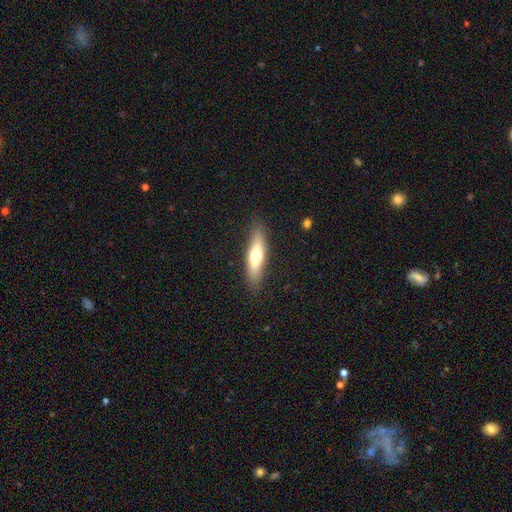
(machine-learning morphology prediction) type=smooth (60%); roundness=cigar-shaped (73%); merging=none (87%).